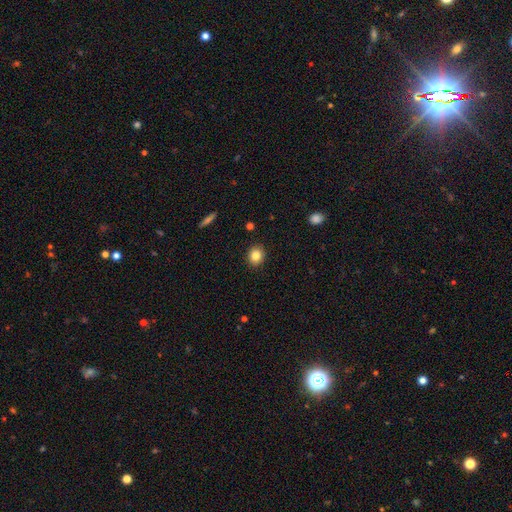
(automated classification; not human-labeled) Smooth or featured? smooth (83%)
How rounded? round (72%)
Merging? none (90%)